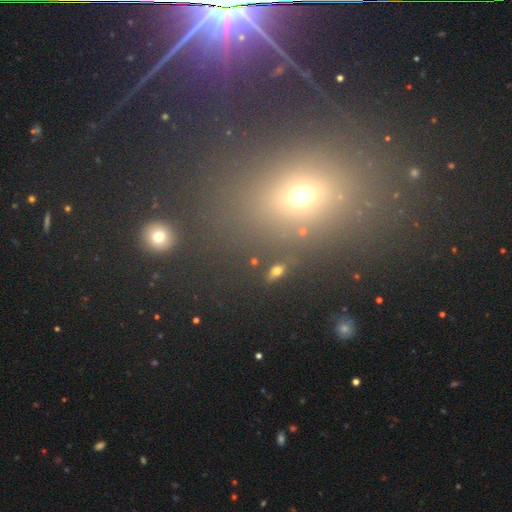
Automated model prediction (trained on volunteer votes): Smooth or featured? Predicted: star or artifact (p=0.47).